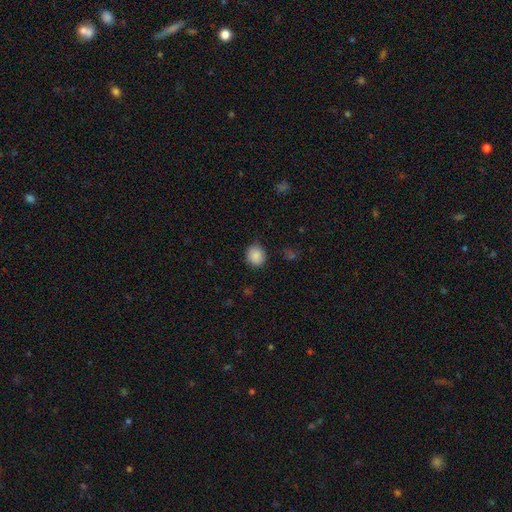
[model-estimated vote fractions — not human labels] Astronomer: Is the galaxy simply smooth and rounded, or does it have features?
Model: smooth — 88%.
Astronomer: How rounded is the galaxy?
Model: round — 79%.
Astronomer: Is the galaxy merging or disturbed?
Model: none — 84%.